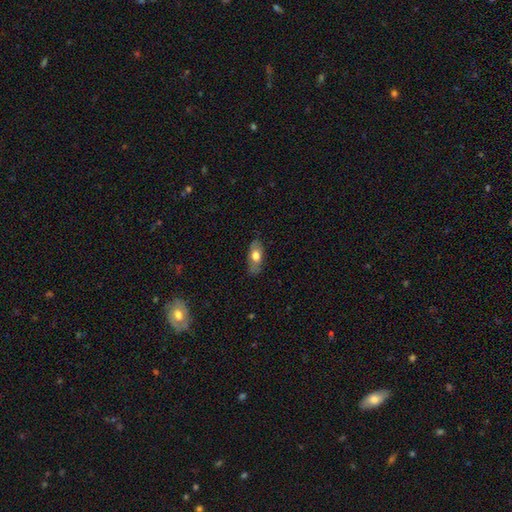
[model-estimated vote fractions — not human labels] Smooth or featured: smooth — 65% (featured or disk — 28%)
How rounded: in between — 82% (cigar-shaped — 13%)
Merging: none — 78% (minor disturbance — 17%)